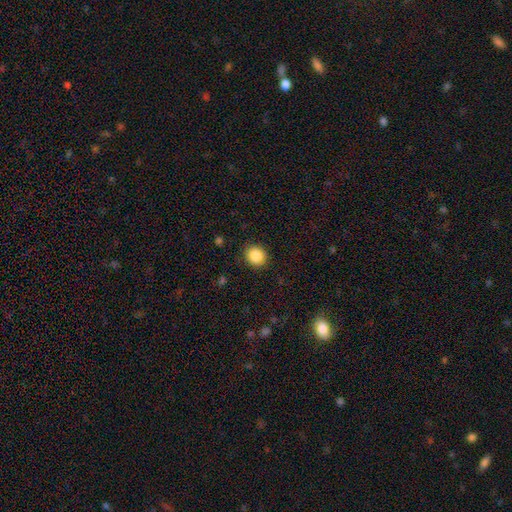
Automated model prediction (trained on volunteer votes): Overall: smooth (88%). How rounded: round (82%). Merging: none (90%).